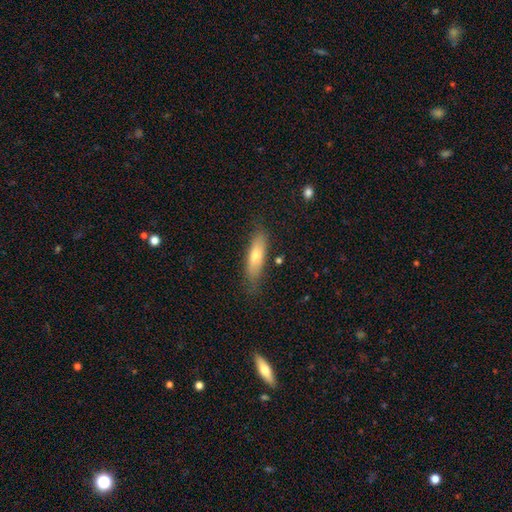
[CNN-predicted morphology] Overall: smooth (61%; featured or disk 31%). How rounded: cigar-shaped (64%; in between 34%). Merging: none (79%).